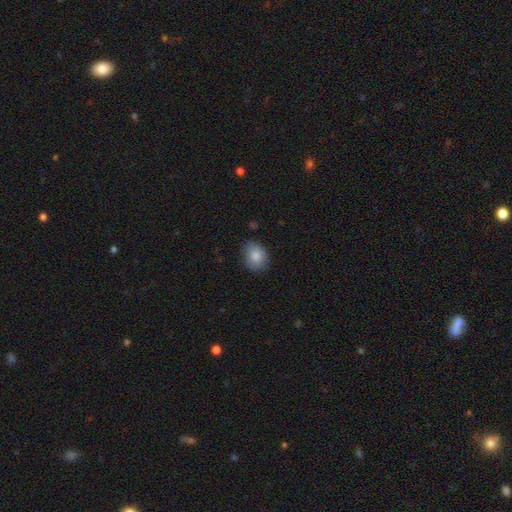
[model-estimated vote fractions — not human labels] Smooth or featured: smooth — 83% (featured or disk — 9%)
How rounded: in between — 57% (round — 42%)
Merging: none — 76% (minor disturbance — 19%)